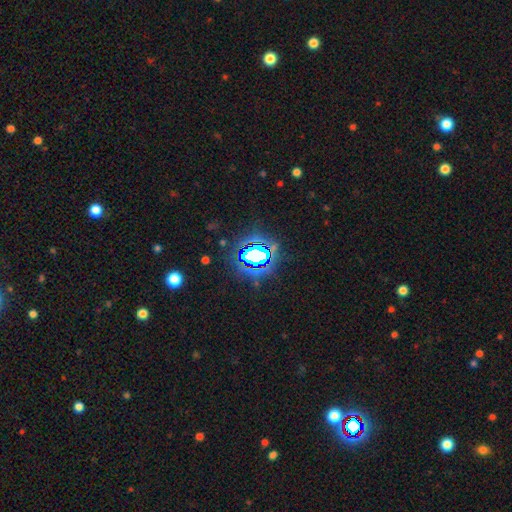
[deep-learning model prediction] This is likely a star or artifact rather than a galaxy (72%).